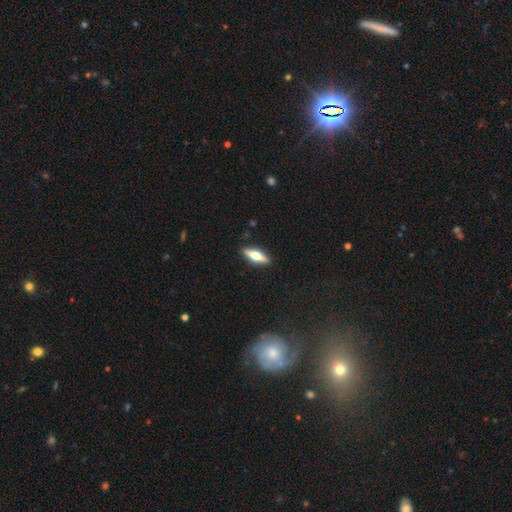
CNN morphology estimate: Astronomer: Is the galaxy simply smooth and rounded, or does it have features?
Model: featured or disk — 47%, tied with smooth at 47%.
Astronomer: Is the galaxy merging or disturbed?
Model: none — 89%.